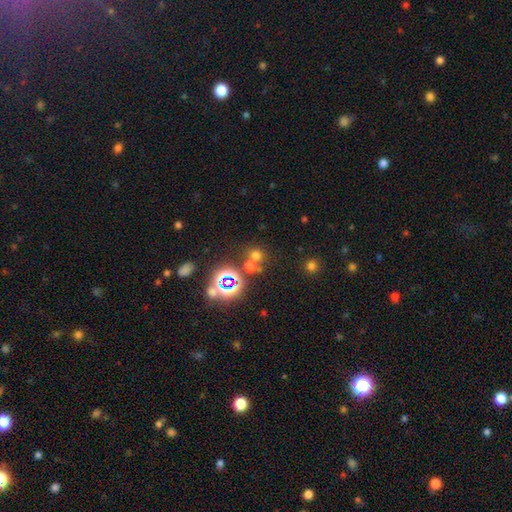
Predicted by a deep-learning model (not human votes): Overall: smooth (55%; star or artifact 37%). How rounded: round (83%). Merging: none (64%; merger 24%).